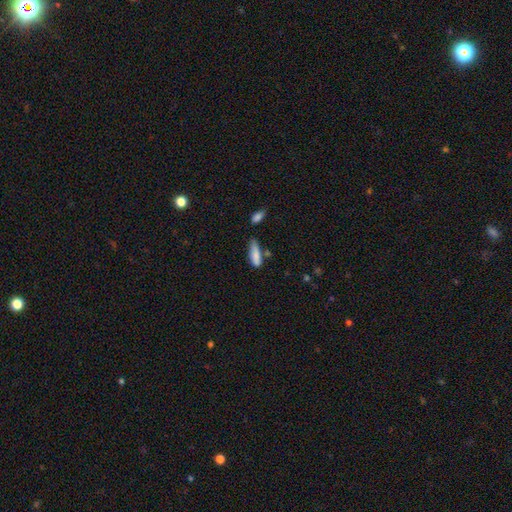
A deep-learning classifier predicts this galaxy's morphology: Q: Smooth or featured?
A: smooth (80%); runner-up: featured or disk (13%)
Q: How rounded?
A: in between (52%); runner-up: cigar-shaped (46%)
Q: Merging?
A: none (46%); runner-up: minor disturbance (32%)